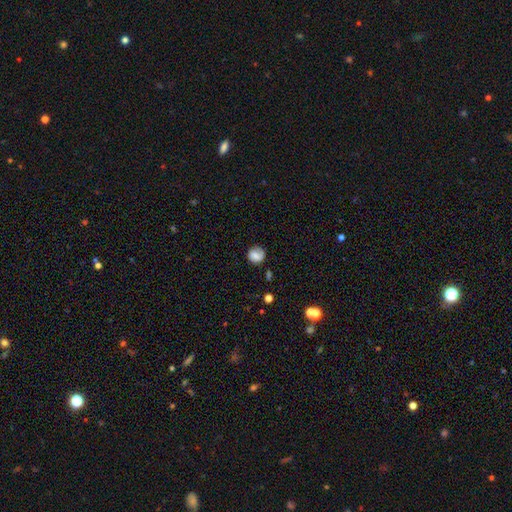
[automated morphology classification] The model was most divided on "smooth or featured": smooth: 62%, featured or disk: 29%, star or artifact: 10%. More confident: how rounded — round (80%); merging — none (67%).